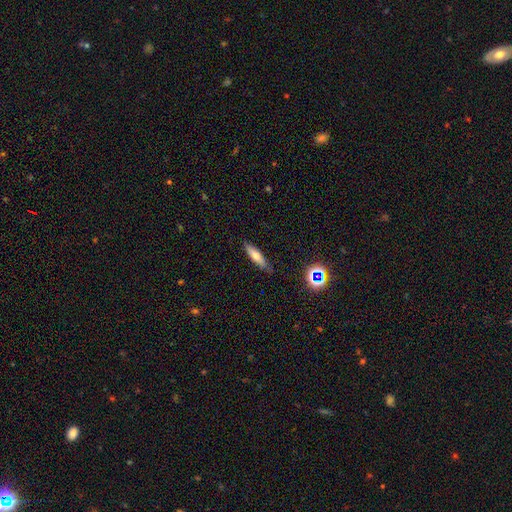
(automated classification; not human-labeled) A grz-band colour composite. It shows a smooth galaxy with no disk features (60%) that is cigar-shaped (72%). Merging: none (82%).